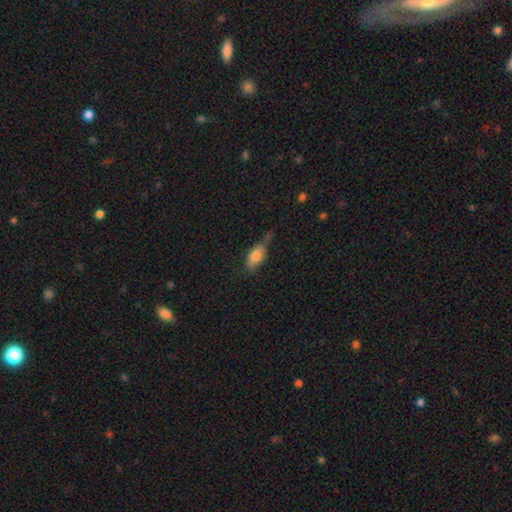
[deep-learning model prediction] smooth-or-featured: smooth: 76% | featured or disk: 15% | star or artifact: 8%
  how-rounded: in between: 86% | cigar-shaped: 8% | round: 7%
  merging: none: 36% (tied) | minor disturbance: 36% (tied) | major disturbance: 19% | merger: 9%